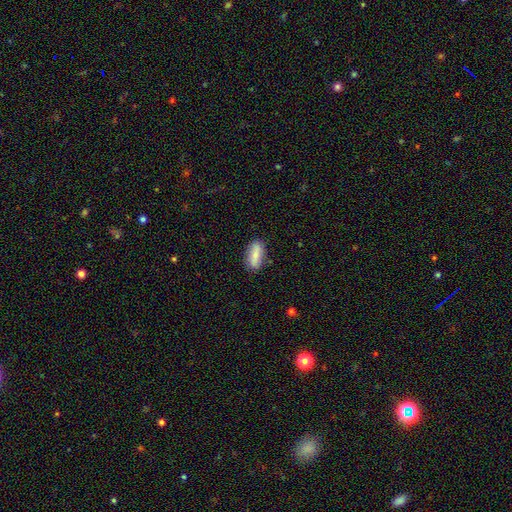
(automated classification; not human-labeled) Smooth or featured?
  - smooth: 72% *
  - featured or disk: 19%
  - star or artifact: 9%
How rounded?
  - in between: 77% *
  - cigar-shaped: 19%
  - round: 4%
Merging?
  - none: 84% *
  - minor disturbance: 12%
  - major disturbance: 3%
  - merger: 2%